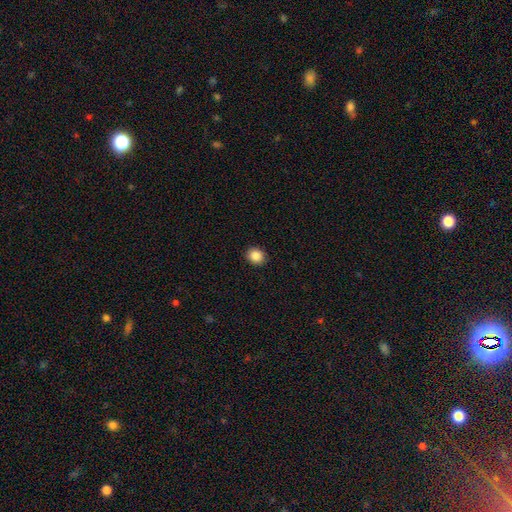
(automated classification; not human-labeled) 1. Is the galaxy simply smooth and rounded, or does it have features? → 87% smooth, 9% star or artifact, 4% featured or disk.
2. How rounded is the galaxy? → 69% round, 30% in between, 1% cigar-shaped.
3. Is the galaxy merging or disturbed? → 92% none, 6% minor disturbance, 2% major disturbance, 1% merger.